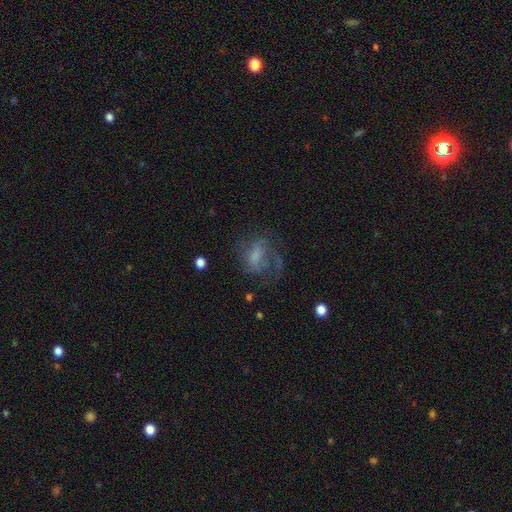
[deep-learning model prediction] smooth-or-featured: featured or disk: 56% | smooth: 32% | star or artifact: 12%
  disk-edge-on: no: 96% | yes: 4%
    bar: no: 47% | weak: 42% | strong: 12%
    has-spiral-arms: yes: 73% | no: 27%
    bulge-size: moderate: 32% (tied) | small: 32% (tied) | none: 26% | large: 9% | dominant: 2%
  merging: none: 44% | major disturbance: 34% | minor disturbance: 19% | merger: 2%